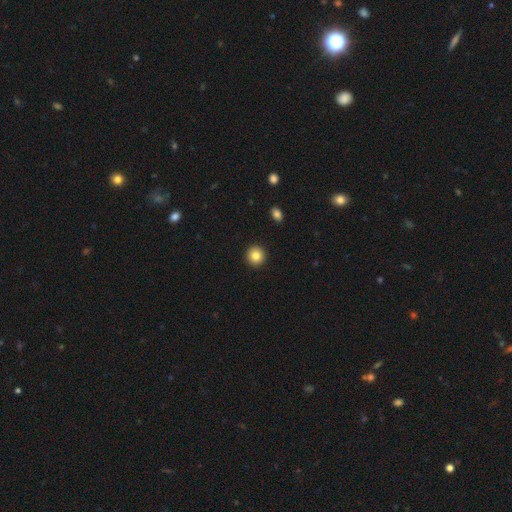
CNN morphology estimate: This is clearly a smooth galaxy (83%). How rounded: clearly round (94%). Merging: clearly none (93%).